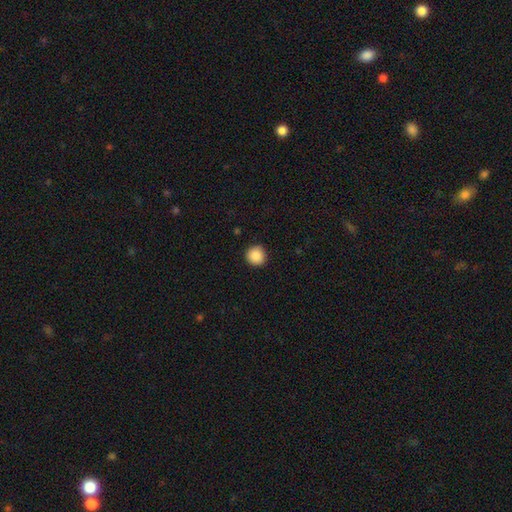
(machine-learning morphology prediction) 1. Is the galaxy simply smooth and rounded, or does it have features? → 88% smooth, 9% star or artifact, 3% featured or disk.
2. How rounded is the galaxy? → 94% round, 5% in between, 1% cigar-shaped.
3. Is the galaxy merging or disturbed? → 92% none, 6% minor disturbance, 2% major disturbance, 1% merger.